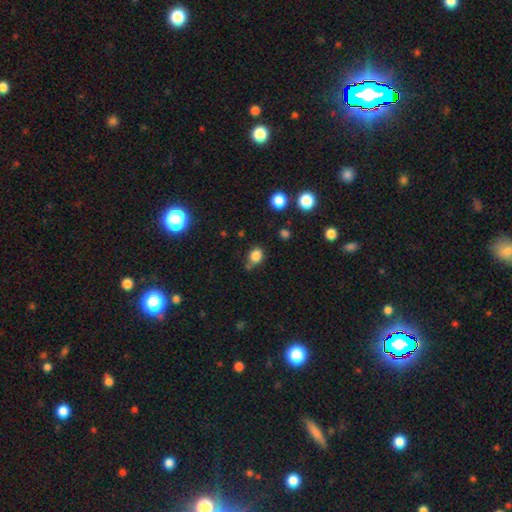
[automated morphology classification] The model was most divided on "how rounded": round: 57%, in between: 42%, cigar-shaped: 1%. More confident: smooth or featured — smooth (82%); merging — none (61%).